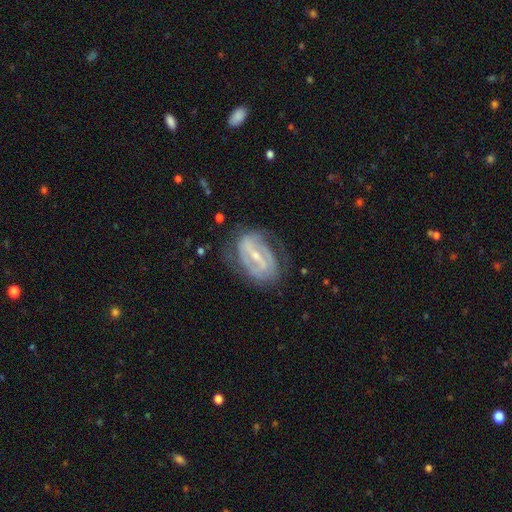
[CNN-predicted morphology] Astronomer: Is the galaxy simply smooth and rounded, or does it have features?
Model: featured or disk — 83%.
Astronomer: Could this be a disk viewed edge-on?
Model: no — 94%.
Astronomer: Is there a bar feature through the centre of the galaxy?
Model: strong — 63%.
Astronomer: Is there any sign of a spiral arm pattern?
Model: yes — 82%.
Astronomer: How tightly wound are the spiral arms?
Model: tight — 47% (runner-up: medium, 38%).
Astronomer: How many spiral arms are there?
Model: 2 — 64%.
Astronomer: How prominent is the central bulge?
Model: small — 62%.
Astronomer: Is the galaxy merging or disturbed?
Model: none — 68%.